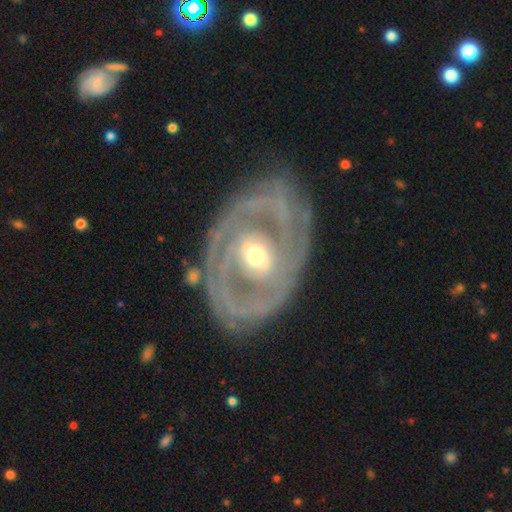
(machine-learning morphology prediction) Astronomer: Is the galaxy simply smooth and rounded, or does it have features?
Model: featured or disk — 85%.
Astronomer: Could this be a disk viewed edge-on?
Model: no — 96%.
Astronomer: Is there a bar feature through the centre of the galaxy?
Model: weak — 39% (runner-up: no, 37%).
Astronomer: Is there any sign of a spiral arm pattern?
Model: yes — 79%.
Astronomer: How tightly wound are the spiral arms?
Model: tight — 61%.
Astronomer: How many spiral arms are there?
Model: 2 — 57%.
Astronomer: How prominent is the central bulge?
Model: moderate — 59%.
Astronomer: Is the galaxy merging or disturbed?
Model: none — 75%.